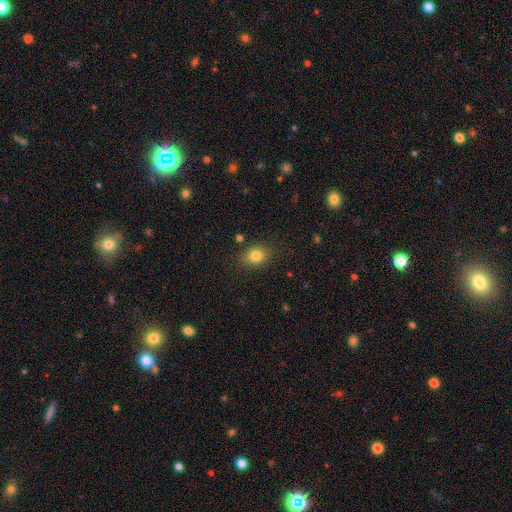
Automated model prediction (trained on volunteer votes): Smooth or featured? Predicted: smooth (p=0.81). How rounded? Predicted: in between (p=0.50). Merging? Predicted: none (p=0.85).